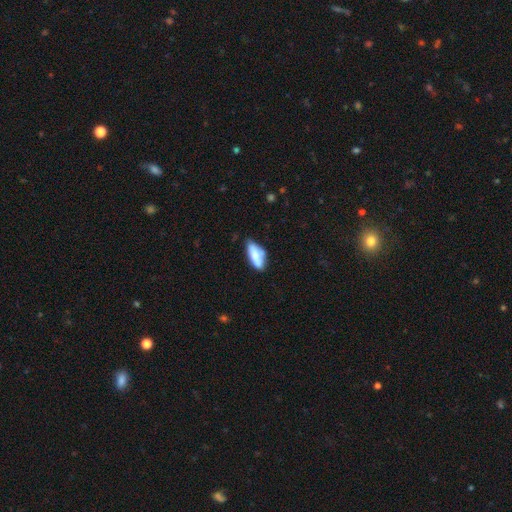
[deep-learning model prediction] A smooth galaxy with no disk features (71%) that is in between round and cigar-shaped (74%).

Vote fractions:
- Smooth or featured? smooth: 71% / featured or disk: 22% / star or artifact: 7%
- How rounded? in between: 74% / cigar-shaped: 24% / round: 2%
- Merging? none: 57% / minor disturbance: 28% / merger: 9% / major disturbance: 6%